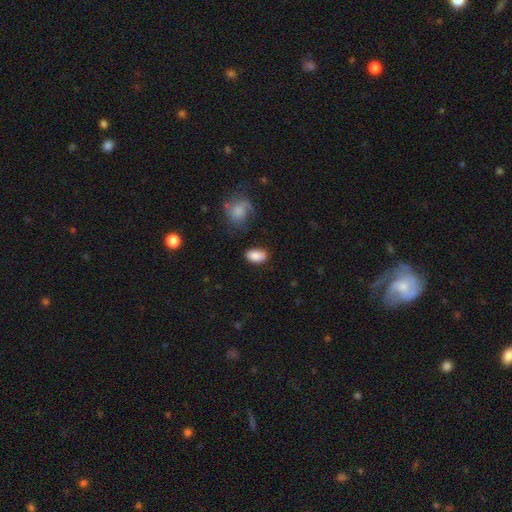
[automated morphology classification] Q: Smooth or featured?
A: smooth (84%); runner-up: featured or disk (8%)
Q: How rounded?
A: in between (91%); runner-up: round (7%)
Q: Merging?
A: none (77%); runner-up: minor disturbance (15%)